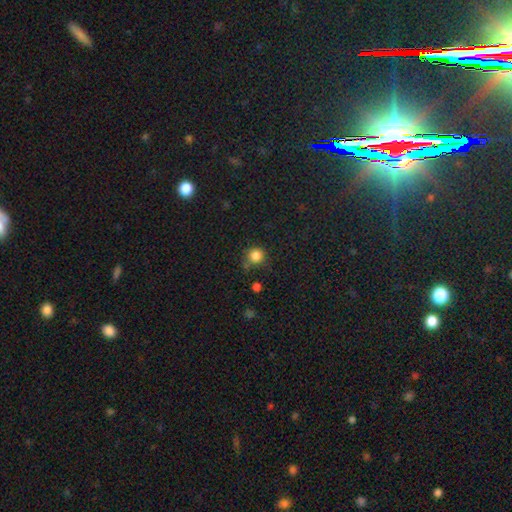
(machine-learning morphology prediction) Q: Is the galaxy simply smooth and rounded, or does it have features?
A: smooth — 84%.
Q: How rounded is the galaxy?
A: round — 91%.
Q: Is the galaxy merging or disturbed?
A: none — 70%.